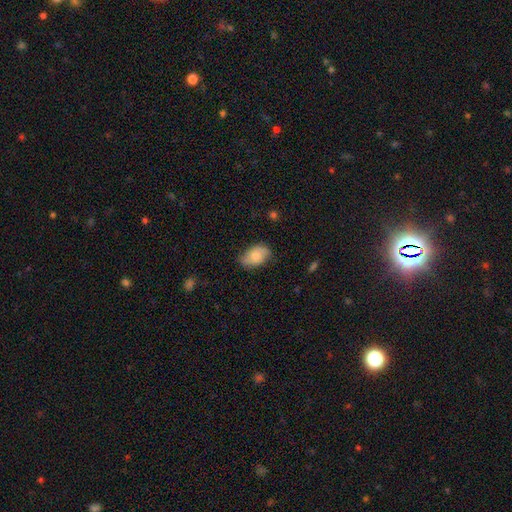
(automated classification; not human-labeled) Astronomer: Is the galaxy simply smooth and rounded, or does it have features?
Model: smooth — 71%.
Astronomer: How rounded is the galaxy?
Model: in between — 89%.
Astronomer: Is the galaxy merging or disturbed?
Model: none — 69%.